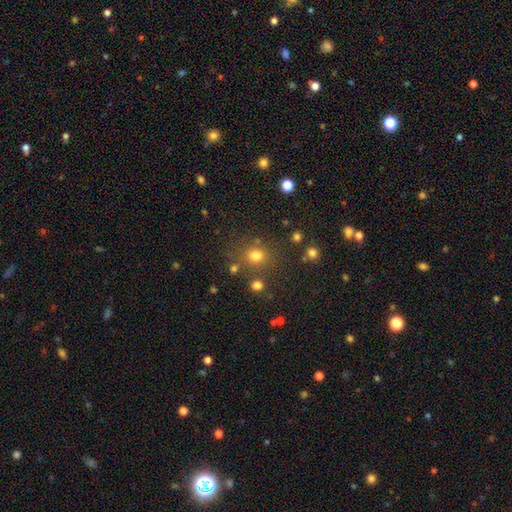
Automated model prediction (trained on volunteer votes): Smooth or featured? Predicted: smooth (p=0.75). How rounded? Predicted: round (p=0.79). Merging? Predicted: none (p=0.76).